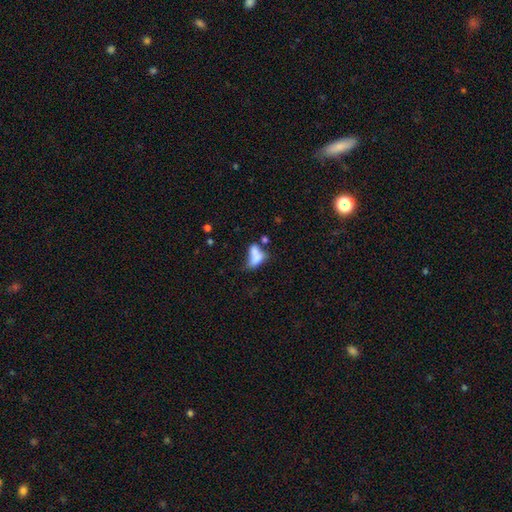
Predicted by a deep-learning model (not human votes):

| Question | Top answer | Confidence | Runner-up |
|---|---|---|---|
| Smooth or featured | smooth | 68% | featured or disk (21%) |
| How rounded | in between | 84% | cigar-shaped (9%) |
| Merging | merger | 36% | major disturbance (23%) |